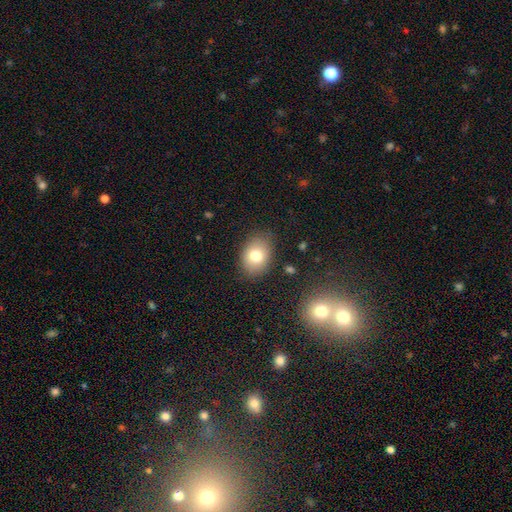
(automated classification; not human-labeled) Smooth or featured?
  - smooth: 77% *
  - featured or disk: 14%
  - star or artifact: 10%
How rounded?
  - in between: 73% *
  - round: 26%
  - cigar-shaped: 1%
Merging?
  - none: 82% *
  - minor disturbance: 13%
  - major disturbance: 4%
  - merger: 2%